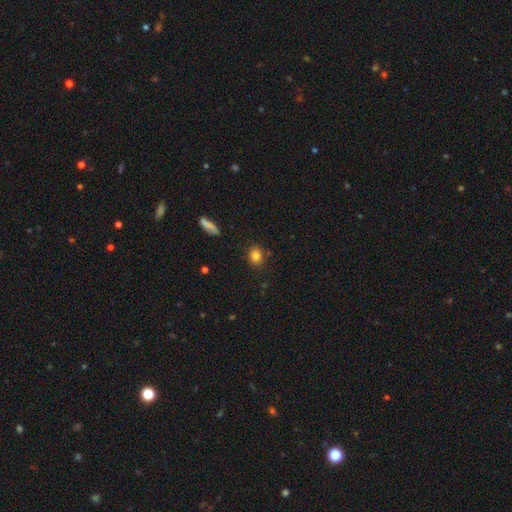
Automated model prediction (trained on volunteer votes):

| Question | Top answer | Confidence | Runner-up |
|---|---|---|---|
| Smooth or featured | smooth | 83% | star or artifact (10%) |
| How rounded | round | 60% | in between (39%) |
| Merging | none | 85% | minor disturbance (10%) |